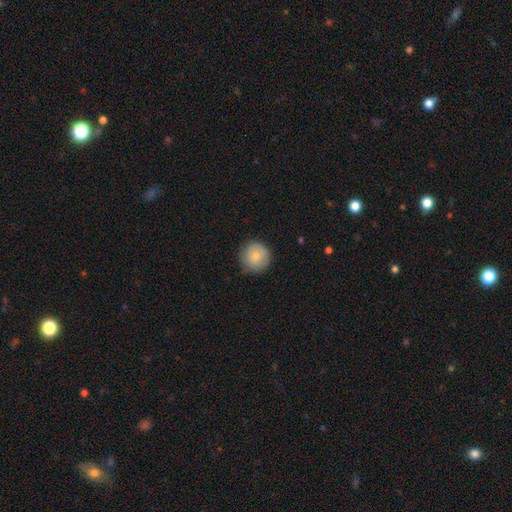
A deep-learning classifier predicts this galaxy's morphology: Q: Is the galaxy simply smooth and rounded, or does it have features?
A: smooth — 80%.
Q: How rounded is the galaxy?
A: round — 95%.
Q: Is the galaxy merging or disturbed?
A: none — 82%.